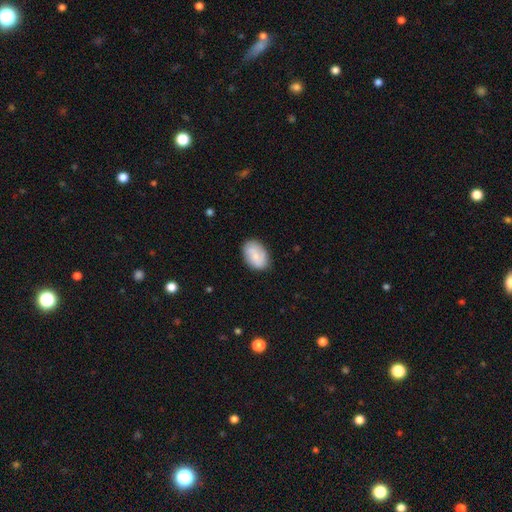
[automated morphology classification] Smooth or featured? smooth (65%)
How rounded? in between (84%)
Merging? none (80%)